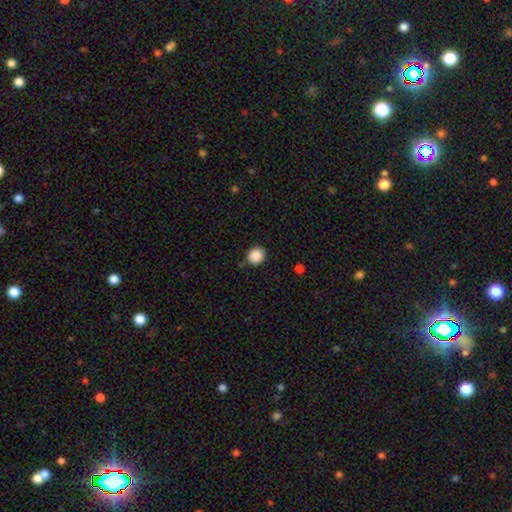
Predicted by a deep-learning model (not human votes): Q: Smooth or featured?
A: smooth (88%); runner-up: star or artifact (9%)
Q: How rounded?
A: round (85%); runner-up: in between (15%)
Q: Merging?
A: none (84%); runner-up: minor disturbance (10%)